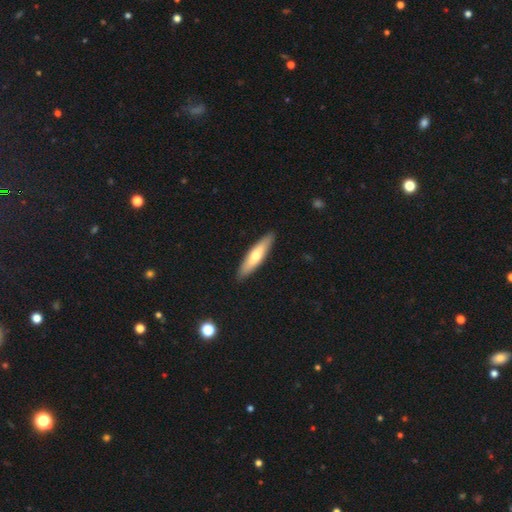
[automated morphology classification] This appears to be a smooth galaxy with no disk features (62%) that is cigar-shaped (78%). Merging: none (90%).